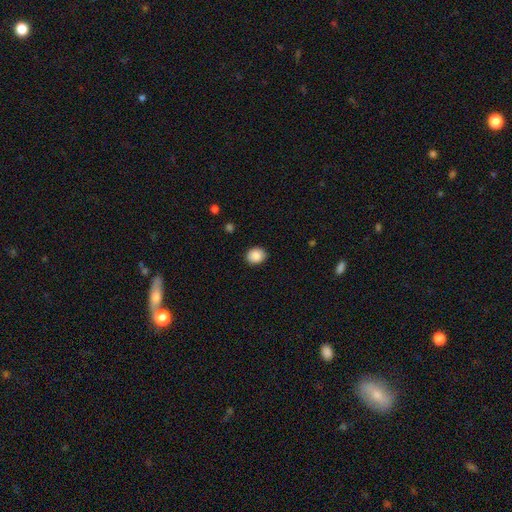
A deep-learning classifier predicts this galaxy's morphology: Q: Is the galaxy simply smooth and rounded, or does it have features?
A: smooth — 88%.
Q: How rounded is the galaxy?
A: round — 60%.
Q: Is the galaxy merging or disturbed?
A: none — 88%.